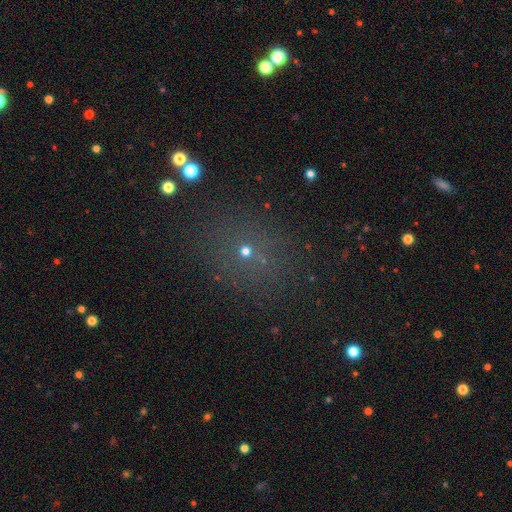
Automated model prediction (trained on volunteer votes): smooth-or-featured: star or artifact: 45% | smooth: 44% | featured or disk: 11%